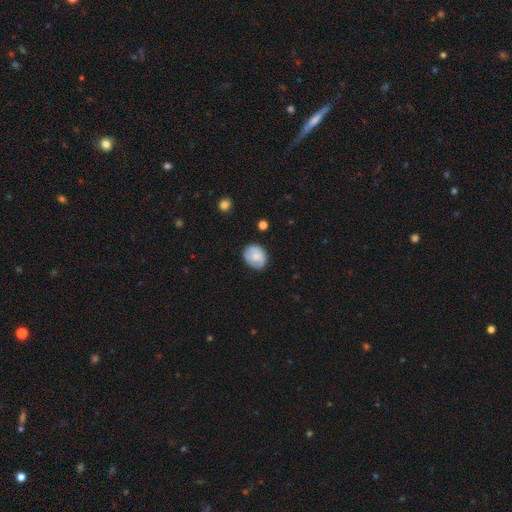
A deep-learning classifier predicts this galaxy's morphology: smooth-or-featured: smooth: 69% | featured or disk: 24% | star or artifact: 8%
  how-rounded: round: 50% | in between: 49% | cigar-shaped: 1%
  merging: none: 73% | minor disturbance: 20% | major disturbance: 5% | merger: 2%